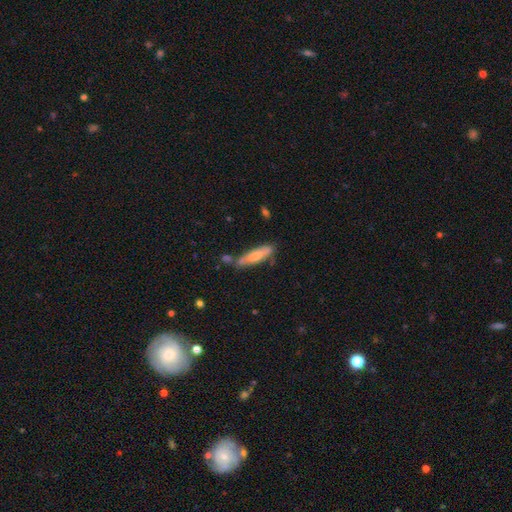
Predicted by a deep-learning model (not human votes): Q: Smooth or featured?
A: smooth (65%); runner-up: featured or disk (29%)
Q: How rounded?
A: cigar-shaped (74%); runner-up: in between (24%)
Q: Merging?
A: none (64%); runner-up: minor disturbance (20%)